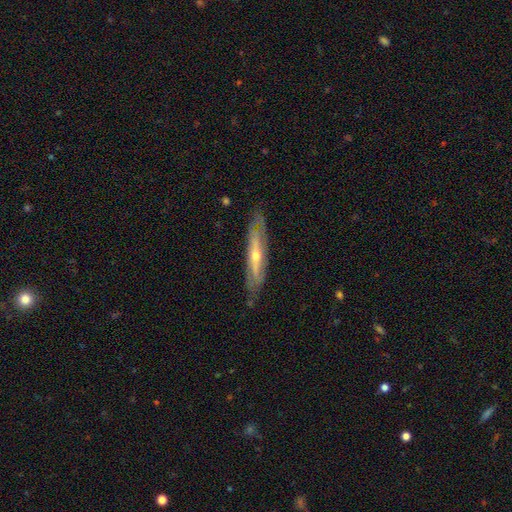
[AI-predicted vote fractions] smooth_or_featured: featured or disk (p=0.75) [alt: smooth p=0.20]
disk_edge_on: yes (p=0.53) [alt: no p=0.47]
merging: none (p=0.76) [alt: minor disturbance p=0.18]